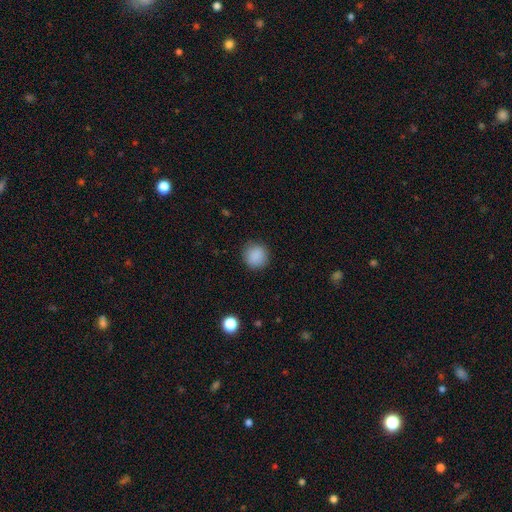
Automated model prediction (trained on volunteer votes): smooth_or_featured: smooth (p=0.88) [alt: star or artifact p=0.09]
how_rounded: round (p=0.91) [alt: in between p=0.08]
merging: none (p=0.88) [alt: minor disturbance p=0.08]